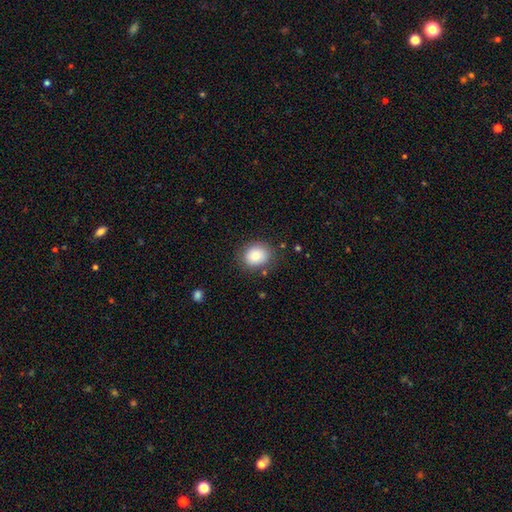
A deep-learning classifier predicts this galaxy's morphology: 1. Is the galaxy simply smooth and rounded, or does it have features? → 83% smooth, 9% star or artifact, 8% featured or disk.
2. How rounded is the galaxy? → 67% round, 32% in between, 1% cigar-shaped.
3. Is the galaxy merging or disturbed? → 82% none, 12% minor disturbance, 4% major disturbance, 2% merger.